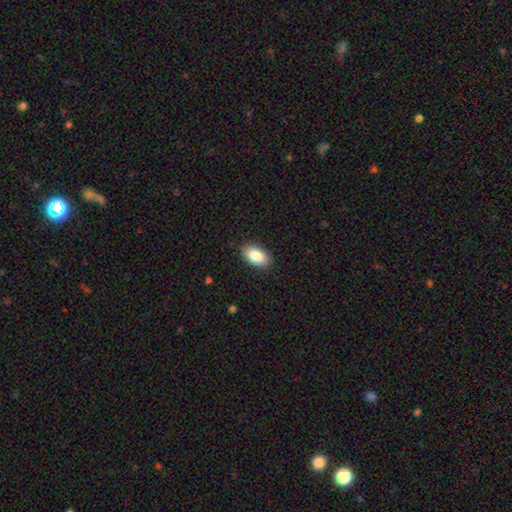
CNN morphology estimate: smooth_or_featured: smooth (p=0.88) [alt: star or artifact p=0.06]
how_rounded: in between (p=0.94) [alt: round p=0.04]
merging: none (p=0.88) [alt: minor disturbance p=0.09]